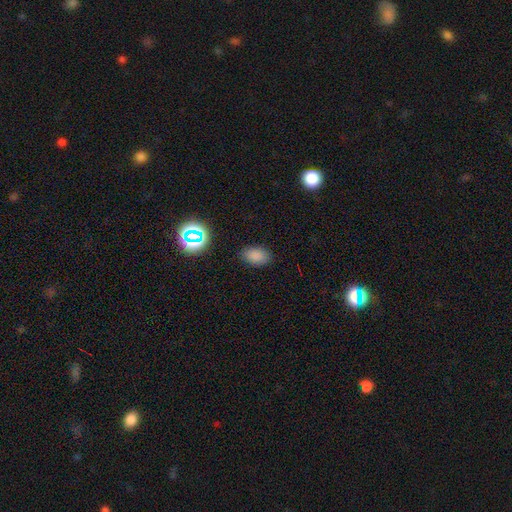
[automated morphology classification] This appears to be a smooth galaxy with no disk features (80%) that is in between round and cigar-shaped (86%). Merging: none (85%).